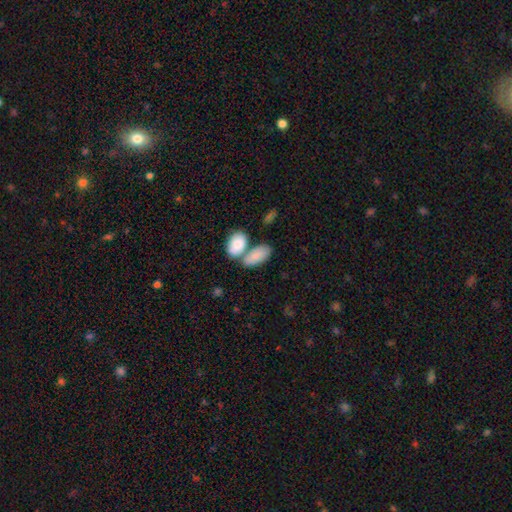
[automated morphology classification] This appears to be a smooth galaxy with no disk features (85%) that is in between round and cigar-shaped (92%). Merging: merger (43%).